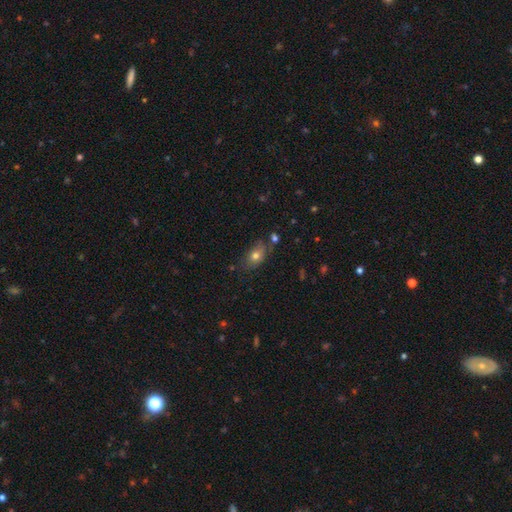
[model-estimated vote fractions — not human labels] Q: Smooth or featured?
A: smooth (73%); runner-up: featured or disk (17%)
Q: How rounded?
A: in between (82%); runner-up: round (15%)
Q: Merging?
A: none (62%); runner-up: minor disturbance (24%)